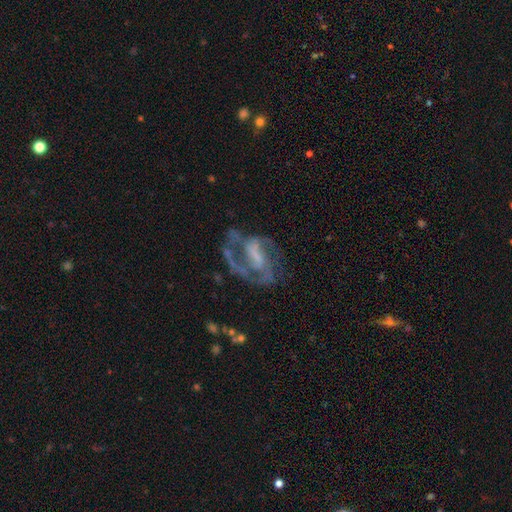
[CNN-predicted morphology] Overall: featured or disk (84%). Edge-on disk: no (97%). Bar: weak (41%; strong 36%). Spiral arms: yes (89%). Spiral arm count: 2 (55%; can't tell 15%). Spiral winding: medium (50%; tight 26%). Bulge size: none (42%; small 28%). Merging: none (46%; major disturbance 31%).